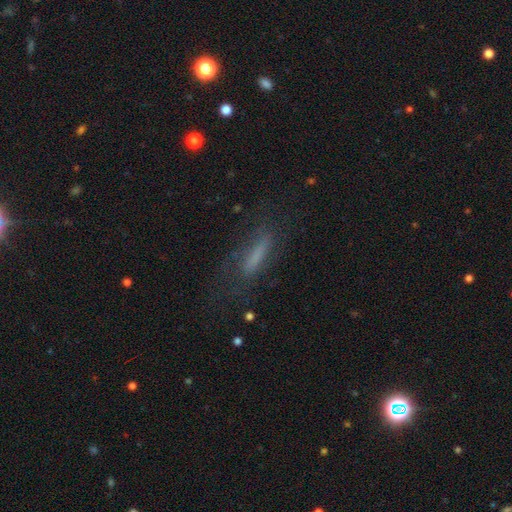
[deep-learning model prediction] Smooth or featured? smooth (54%)
How rounded? cigar-shaped (78%)
Merging? none (61%)